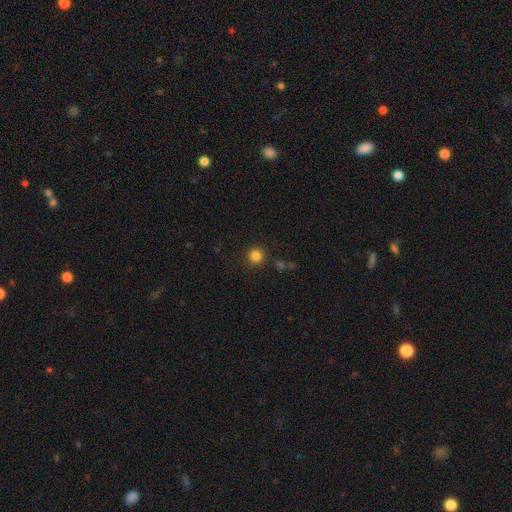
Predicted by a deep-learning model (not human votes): Smooth or featured: smooth — 83% (star or artifact — 13%)
How rounded: round — 95% (in between — 4%)
Merging: none — 89% (minor disturbance — 6%)